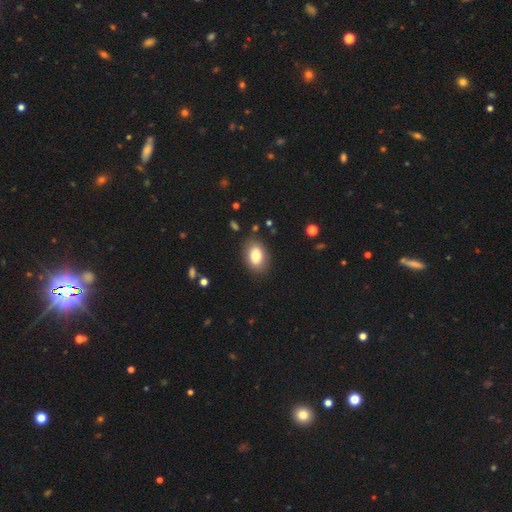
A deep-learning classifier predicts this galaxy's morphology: Overall: smooth (80%). How rounded: in between (82%). Merging: none (84%).